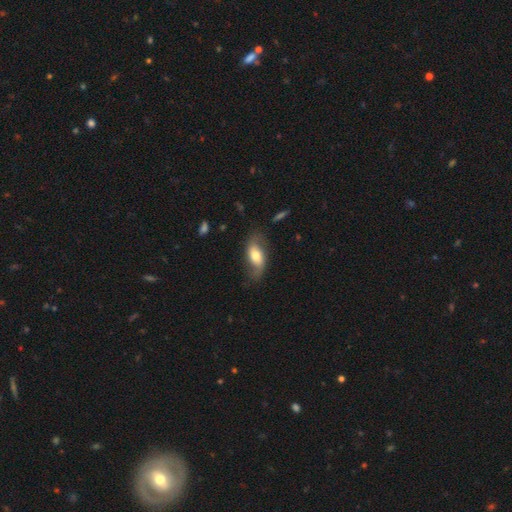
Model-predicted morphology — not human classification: The model was most divided on "smooth or featured": featured or disk: 48%, smooth: 45%, star or artifact: 7%. More confident: merging — none (65%).